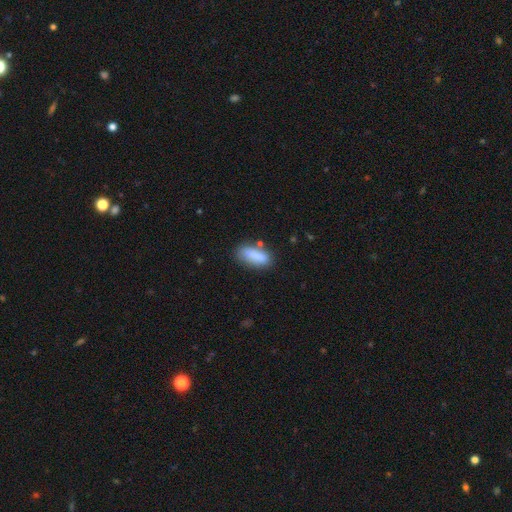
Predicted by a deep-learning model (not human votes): smooth 85%, featured or disk 8%, star or artifact 7%. Down the decision tree: how rounded — in between (80%); merging — none (66%).